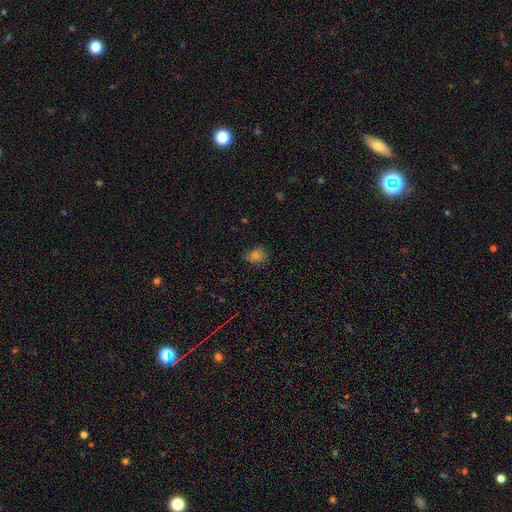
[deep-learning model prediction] This appears to be a smooth galaxy with no disk features (72%) that is round (50%). Merging: none (72%).